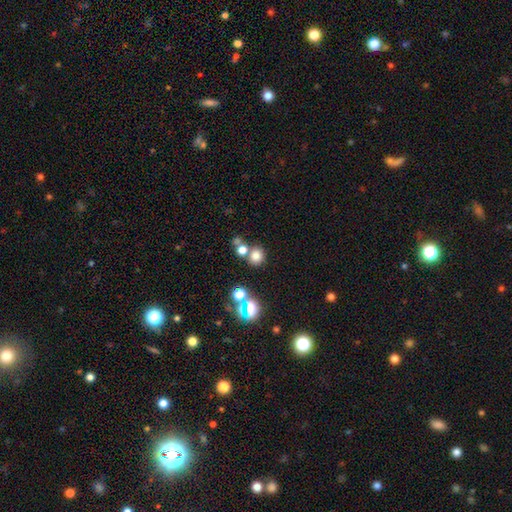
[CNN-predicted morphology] This is likely a smooth galaxy (74%). How rounded: clearly round (87%). Merging: likely none (68%).